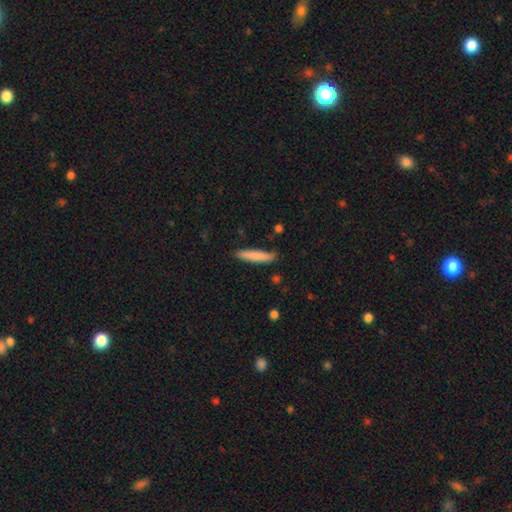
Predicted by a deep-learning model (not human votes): This is clearly a smooth galaxy (81%). How rounded: clearly cigar-shaped (90%). Merging: clearly none (85%).